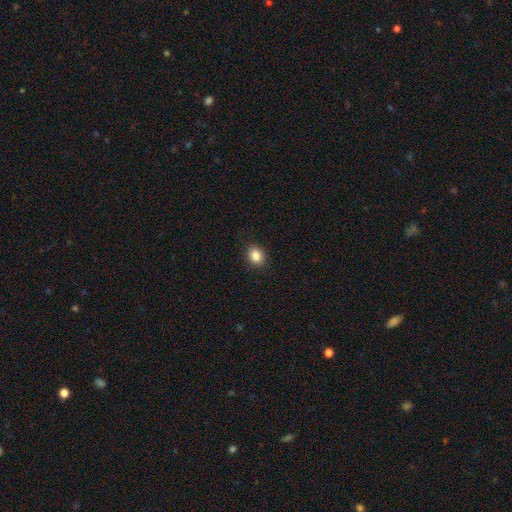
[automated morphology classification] Smooth or featured: smooth — 86% (star or artifact — 10%)
How rounded: round — 56% (in between — 43%)
Merging: none — 89% (minor disturbance — 8%)